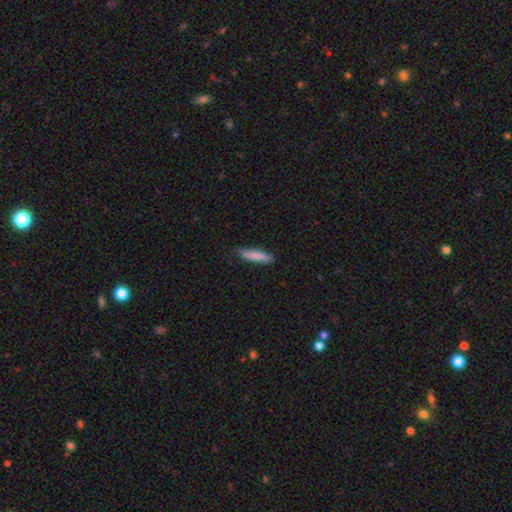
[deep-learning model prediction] smooth 83%, featured or disk 11%, star or artifact 6%. Down the decision tree: how rounded — cigar-shaped (80%); merging — none (85%).